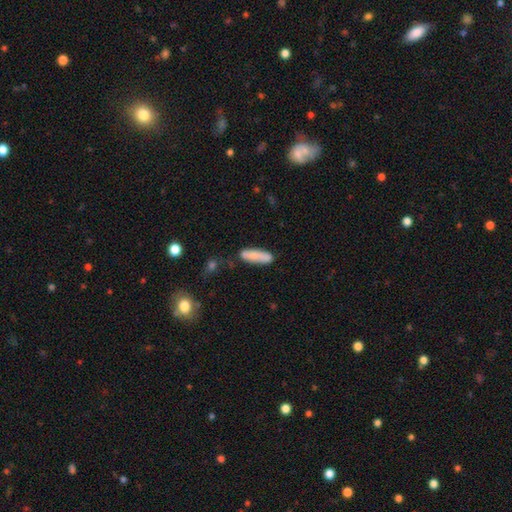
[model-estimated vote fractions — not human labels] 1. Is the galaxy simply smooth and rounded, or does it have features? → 75% smooth, 18% featured or disk, 7% star or artifact.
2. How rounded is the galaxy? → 56% cigar-shaped, 42% in between, 2% round.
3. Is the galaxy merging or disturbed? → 72% none, 18% minor disturbance, 6% merger, 4% major disturbance.